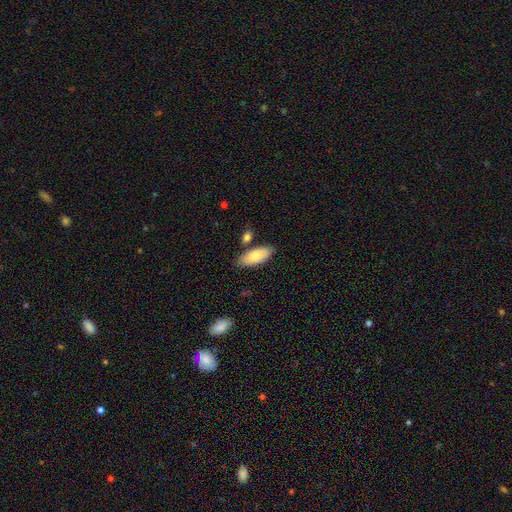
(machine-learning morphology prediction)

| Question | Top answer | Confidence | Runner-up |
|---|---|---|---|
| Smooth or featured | smooth | 82% | featured or disk (12%) |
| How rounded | in between | 83% | cigar-shaped (15%) |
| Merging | none | 75% | minor disturbance (13%) |